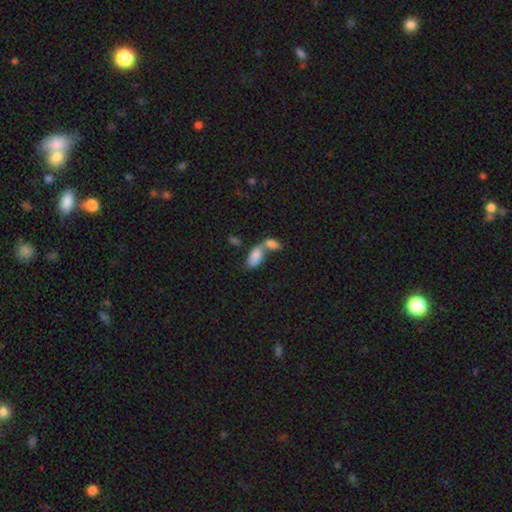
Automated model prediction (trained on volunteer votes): Smooth or featured? Predicted: smooth (p=0.78). How rounded? Predicted: in between (p=0.91). Merging? Predicted: merger (p=0.68).